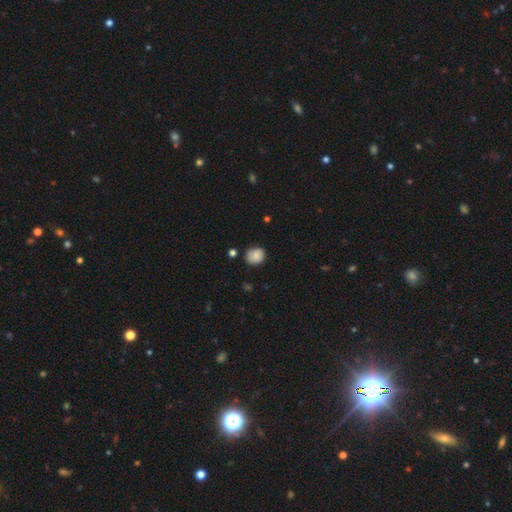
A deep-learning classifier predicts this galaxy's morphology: This appears to be a smooth galaxy with no disk features (81%) that is round (62%). Merging: none (74%).